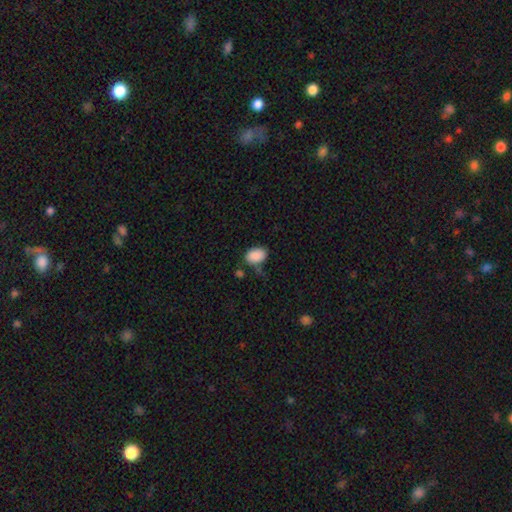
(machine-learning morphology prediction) Smooth or featured? smooth (88%)
How rounded? in between (87%)
Merging? none (64%)